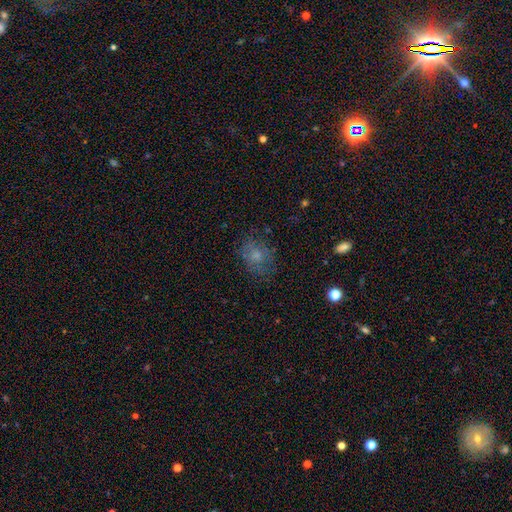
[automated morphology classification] A smooth galaxy with no disk features (63%) that is in between round and cigar-shaped (57%). Merging: none (67%).